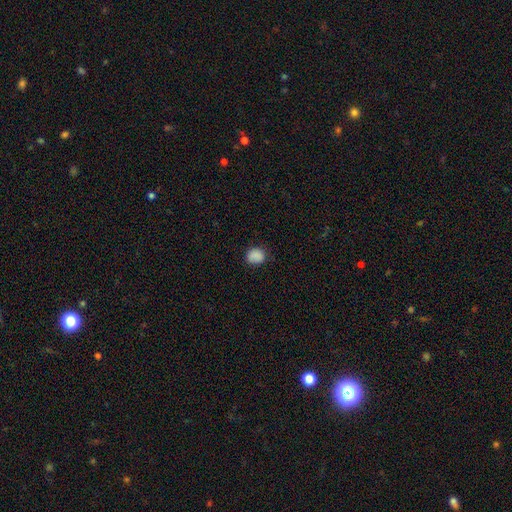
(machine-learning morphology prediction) Smooth or featured?
  - smooth: 87% *
  - star or artifact: 9%
  - featured or disk: 4%
How rounded?
  - round: 69% *
  - in between: 30%
  - cigar-shaped: 1%
Merging?
  - none: 80% *
  - minor disturbance: 16%
  - major disturbance: 3%
  - merger: 1%